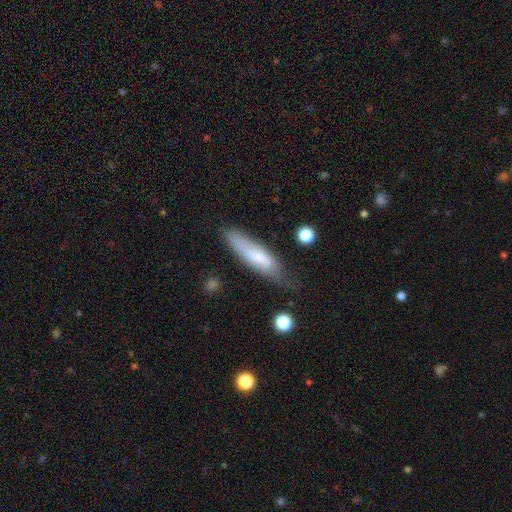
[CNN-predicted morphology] This is likely a smooth galaxy (63%). How rounded: likely cigar-shaped (68%). Merging: possibly none (58%).